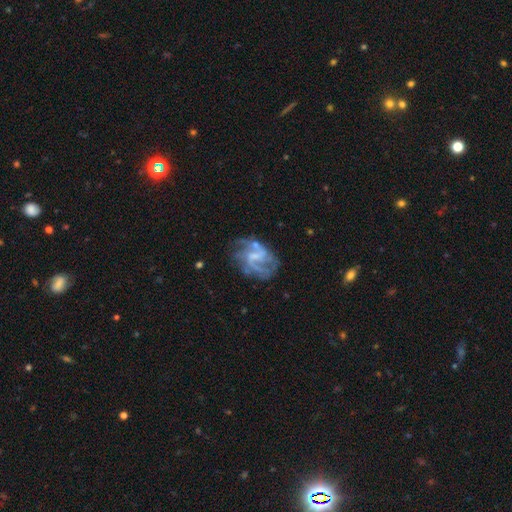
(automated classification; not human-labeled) Overall: featured or disk (83%). Edge-on disk: no (98%). Bar: weak (53%; no 28%). Spiral arms: yes (89%). Spiral arm count: 2 (46%; can't tell 20%). Spiral winding: medium (46%; loose 36%). Bulge size: small (38%, tied with none). Merging: none (55%; major disturbance 21%).